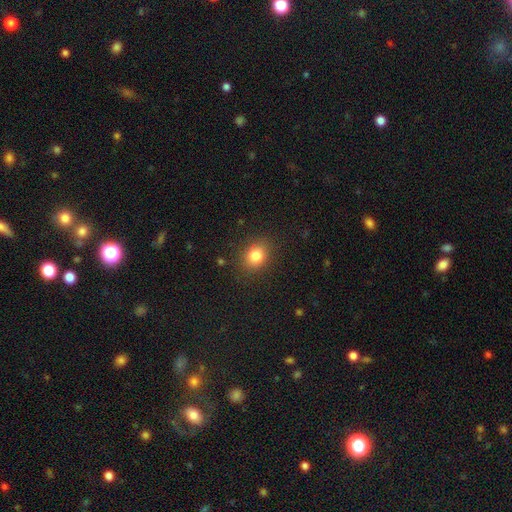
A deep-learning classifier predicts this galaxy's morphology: The model was most divided on "how rounded": round: 61%, in between: 38%, cigar-shaped: 1%. More confident: merging — none (86%); smooth or featured — smooth (82%).